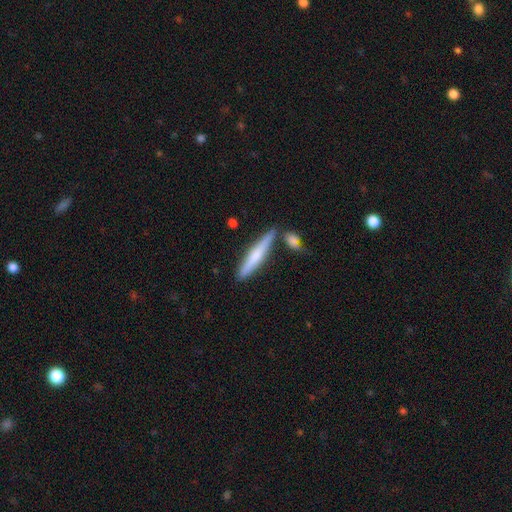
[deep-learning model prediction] A smooth galaxy with no disk features (52%) that is cigar-shaped (90%). Merging: none (75%).